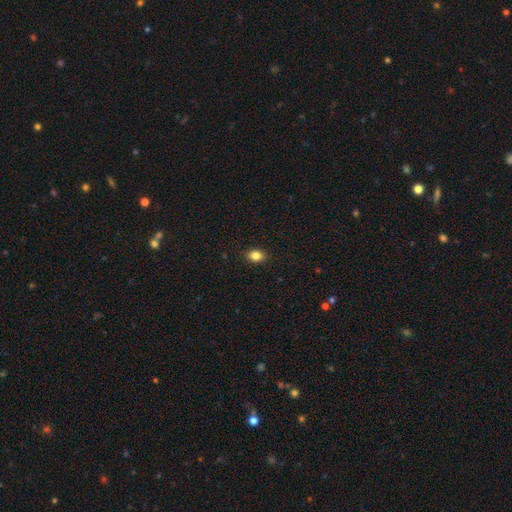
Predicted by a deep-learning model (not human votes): A smooth galaxy with no disk features (85%) that is in between round and cigar-shaped (68%).

Vote fractions:
- Smooth or featured? smooth: 85% / star or artifact: 10% / featured or disk: 5%
- How rounded? in between: 68% / round: 31% / cigar-shaped: 1%
- Merging? none: 90% / minor disturbance: 7% / major disturbance: 2% / merger: 1%